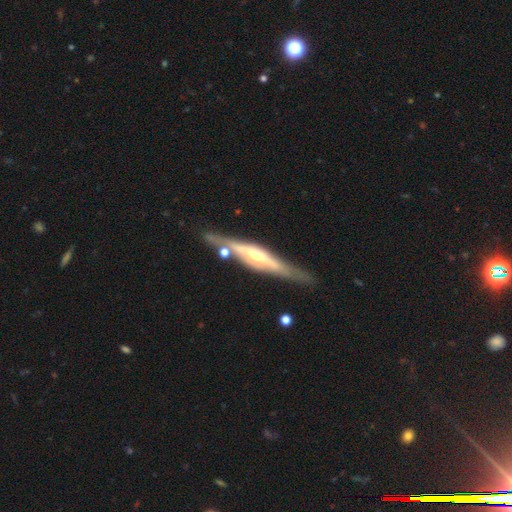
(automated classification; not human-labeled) smooth-or-featured: featured or disk: 78% | smooth: 16% | star or artifact: 5%
  disk-edge-on: yes: 94% | no: 6%
    edge-on-bulge: rounded: 74% | boxy: 17% | none: 9%
  merging: none: 78% | minor disturbance: 13% | merger: 5% | major disturbance: 3%